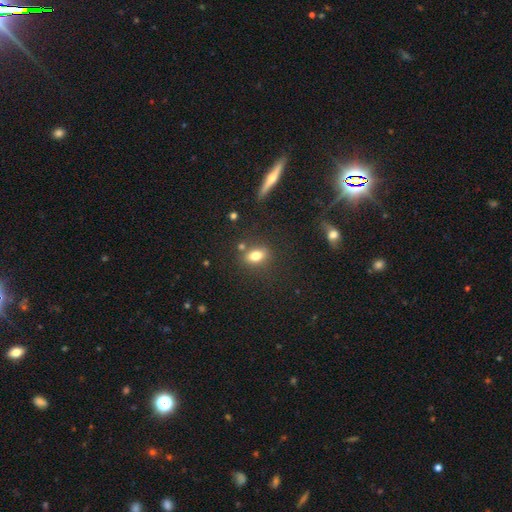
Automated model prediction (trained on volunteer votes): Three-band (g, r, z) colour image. It shows a smooth galaxy with no disk features (77%) that is in between round and cigar-shaped (74%). Merging: none (73%).